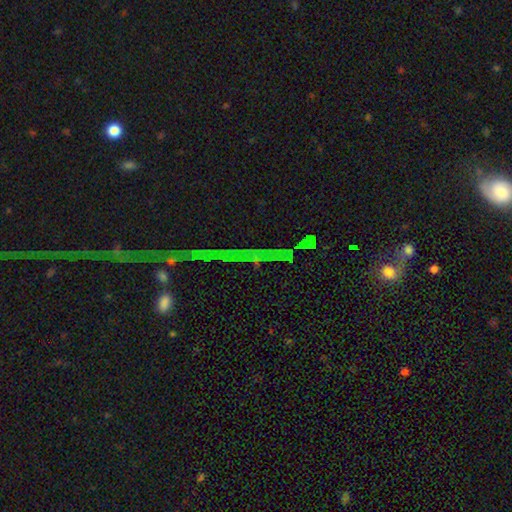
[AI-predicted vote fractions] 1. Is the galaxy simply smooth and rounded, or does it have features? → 72% star or artifact, 14% featured or disk, 13% smooth.